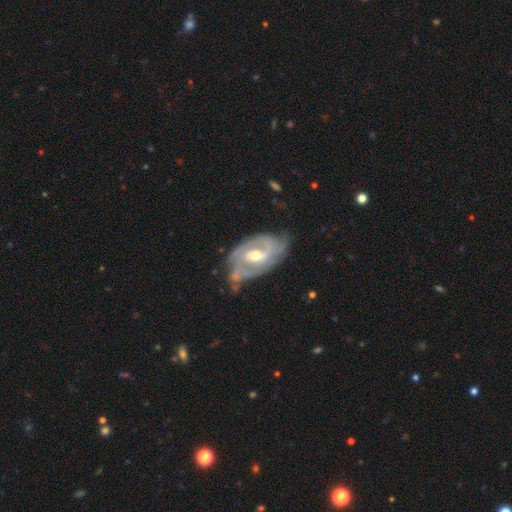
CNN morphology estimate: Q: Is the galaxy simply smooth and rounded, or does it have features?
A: featured or disk — 87%.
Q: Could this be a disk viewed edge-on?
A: no — 96%.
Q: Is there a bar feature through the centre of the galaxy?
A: weak — 51%.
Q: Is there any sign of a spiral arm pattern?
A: yes — 92%.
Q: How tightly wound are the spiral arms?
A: tight — 54%.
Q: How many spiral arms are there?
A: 2 — 62%.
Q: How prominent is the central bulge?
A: moderate — 68%.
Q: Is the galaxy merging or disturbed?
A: none — 55%.